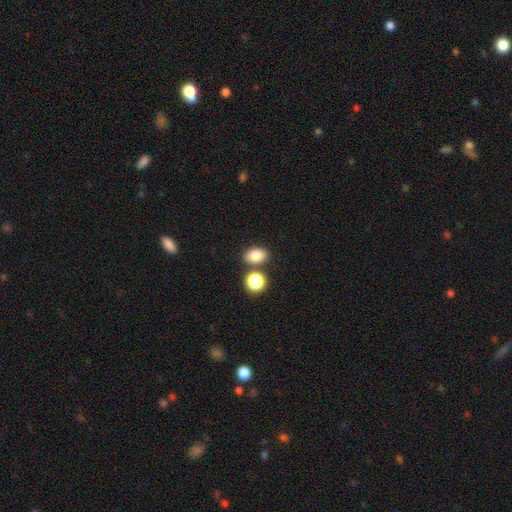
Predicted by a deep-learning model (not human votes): Morphology: type=smooth (82%); roundness=in between (72%); merging=none (73%).